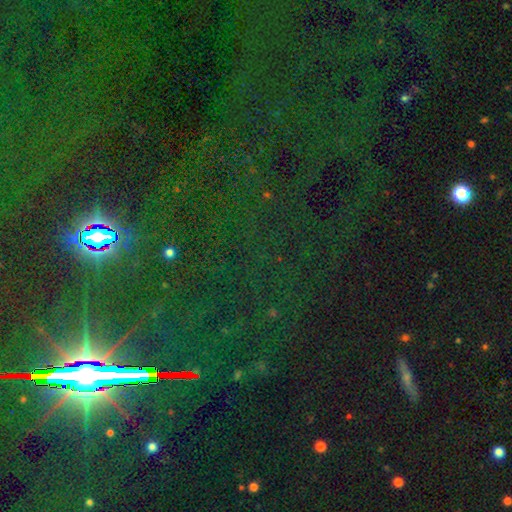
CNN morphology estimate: Overall: star or artifact (83%).